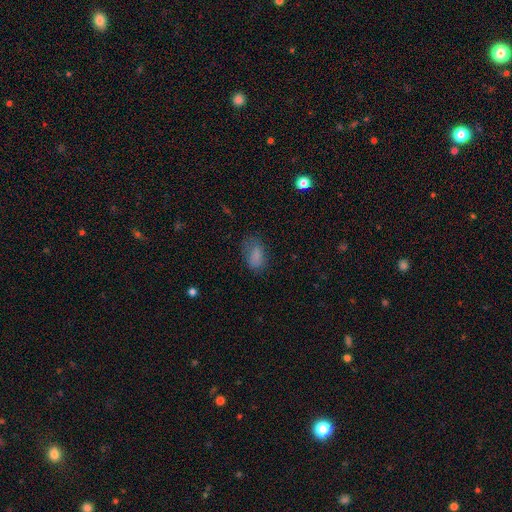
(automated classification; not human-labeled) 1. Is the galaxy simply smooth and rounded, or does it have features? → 80% smooth, 11% star or artifact, 9% featured or disk.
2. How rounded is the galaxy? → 90% in between, 8% round, 3% cigar-shaped.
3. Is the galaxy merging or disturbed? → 59% none, 26% minor disturbance, 14% major disturbance, 2% merger.